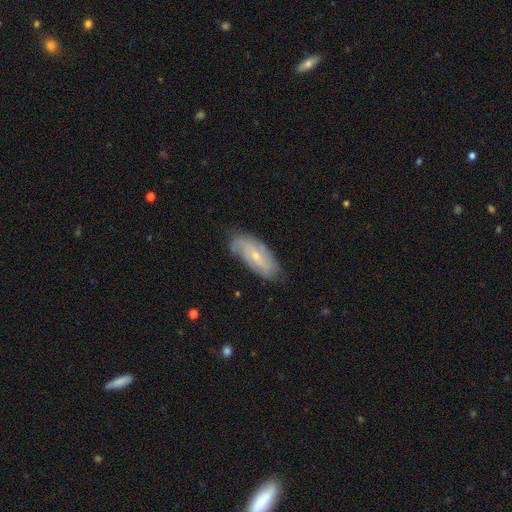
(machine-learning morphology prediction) smooth_or_featured: featured or disk (p=0.64) [alt: smooth p=0.29]
disk_edge_on: no (p=0.86) [alt: yes p=0.14]
bar: no (p=0.61) [alt: weak p=0.31]
has_spiral_arms: yes (p=0.81) [alt: no p=0.19]
bulge_size: small (p=0.68) [alt: moderate p=0.29]
merging: none (p=0.71) [alt: minor disturbance p=0.22]